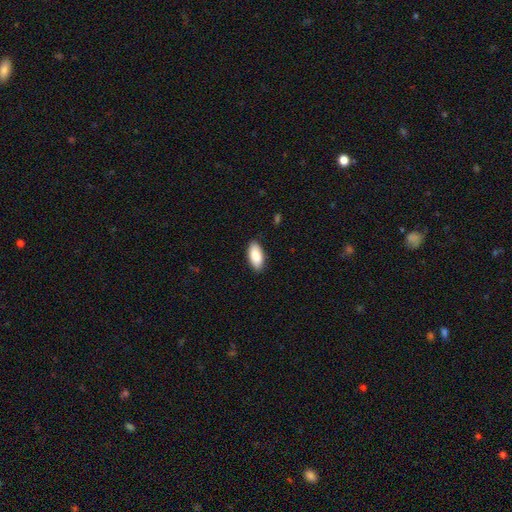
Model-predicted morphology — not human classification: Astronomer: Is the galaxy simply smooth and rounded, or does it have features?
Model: smooth — 87%.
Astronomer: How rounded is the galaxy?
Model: in between — 90%.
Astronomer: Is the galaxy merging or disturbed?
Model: none — 87%.